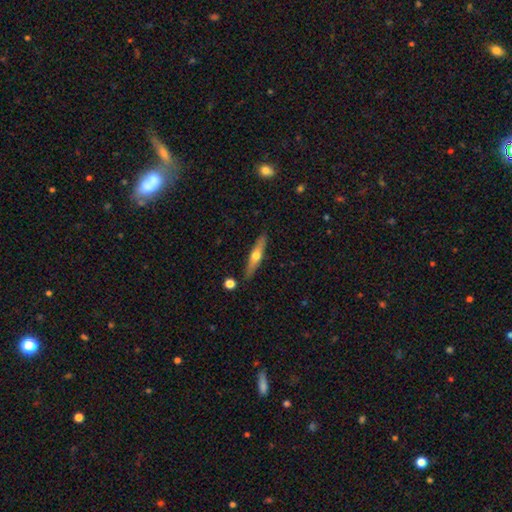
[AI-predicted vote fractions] A featured or disk galaxy (51%) viewed edge-on (90%). Merging: none (86%).